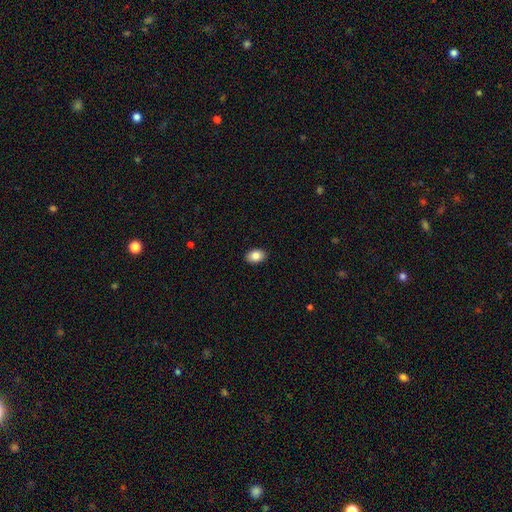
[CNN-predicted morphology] A smooth galaxy with no disk features (86%) that is in between round and cigar-shaped (84%). Merging: none (90%).